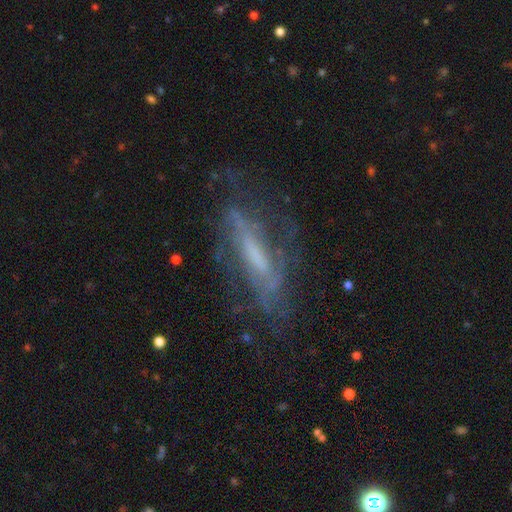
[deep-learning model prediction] Overall: featured or disk (72%). Edge-on disk: no (70%). Bar: strong (36%; weak 34%). Spiral arms: yes (70%; no 30%). Bulge size: small (32%; none 30%). Merging: none (62%).